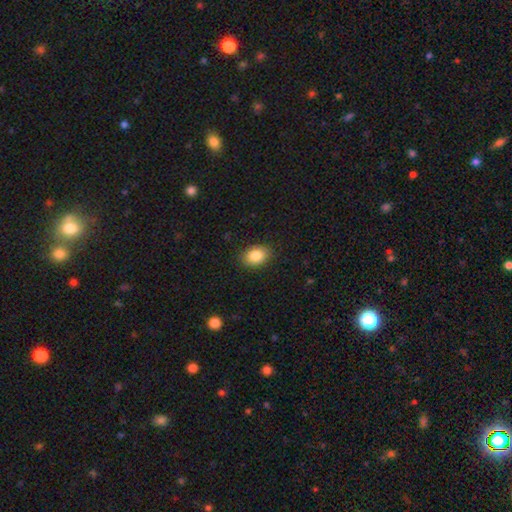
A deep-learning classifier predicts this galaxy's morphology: The model was most divided on "how rounded": in between: 74%, round: 25%, cigar-shaped: 1%. More confident: merging — none (87%); smooth or featured — smooth (86%).